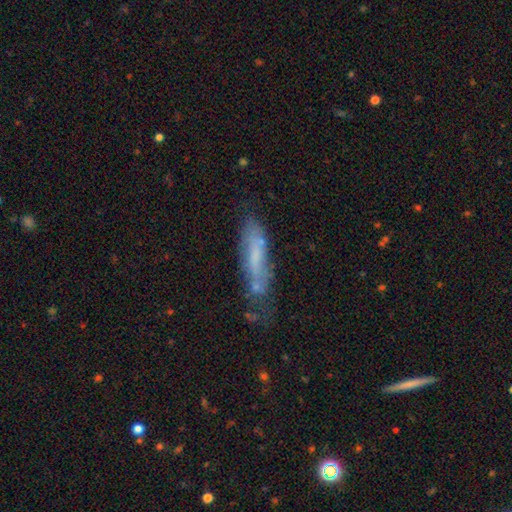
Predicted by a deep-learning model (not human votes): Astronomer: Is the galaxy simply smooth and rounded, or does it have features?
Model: smooth — 49% (runner-up: featured or disk, 42%).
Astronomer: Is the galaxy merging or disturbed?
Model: none — 52% (runner-up: minor disturbance, 28%).